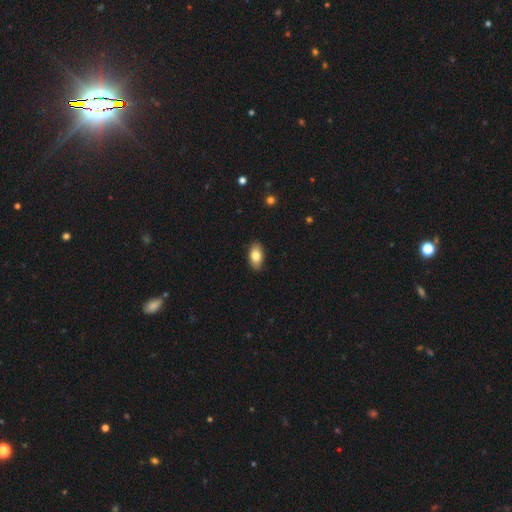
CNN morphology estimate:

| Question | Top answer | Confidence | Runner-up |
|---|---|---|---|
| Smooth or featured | smooth | 80% | featured or disk (13%) |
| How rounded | in between | 92% | round (5%) |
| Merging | none | 88% | minor disturbance (9%) |